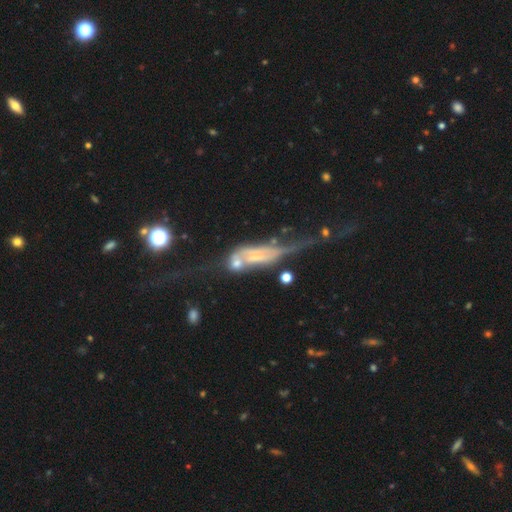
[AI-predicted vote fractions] Smooth or featured: featured or disk — 63% (smooth — 26%)
Edge-on disk: no — 73% (yes — 27%)
Merging: merger — 38% (major disturbance — 34%)